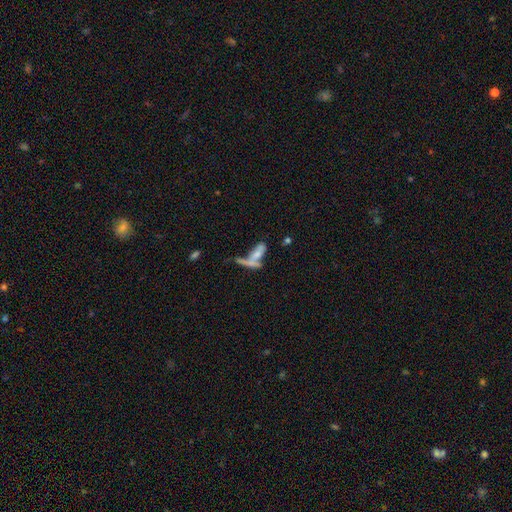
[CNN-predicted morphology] type=smooth (48%); merging=merger (49%).